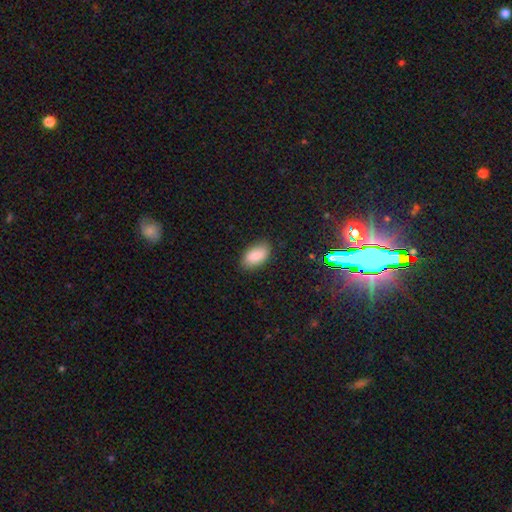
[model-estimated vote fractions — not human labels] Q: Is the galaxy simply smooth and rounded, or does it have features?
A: smooth — 87%.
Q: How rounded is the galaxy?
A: in between — 94%.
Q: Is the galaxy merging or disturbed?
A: none — 83%.